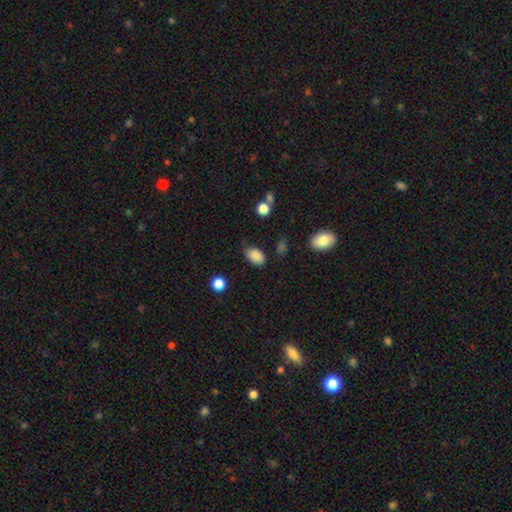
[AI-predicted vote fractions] smooth_or_featured: smooth (p=0.87) [alt: star or artifact p=0.09]
how_rounded: in between (p=0.88) [alt: round p=0.11]
merging: none (p=0.76) [alt: minor disturbance p=0.17]